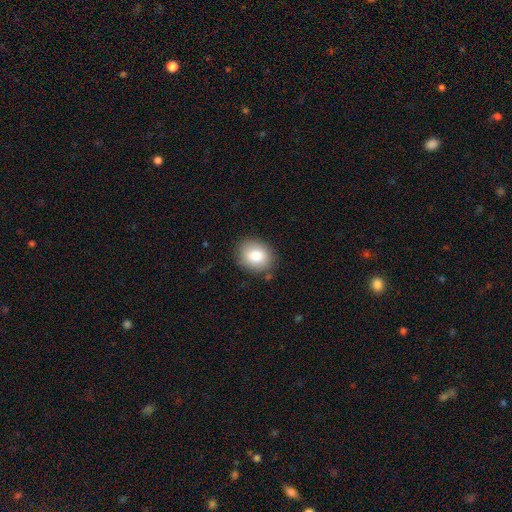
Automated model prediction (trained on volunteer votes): smooth-or-featured: smooth: 84% | featured or disk: 8% | star or artifact: 8%
  how-rounded: in between: 52% | round: 47% | cigar-shaped: 1%
  merging: none: 83% | minor disturbance: 12% | major disturbance: 3% | merger: 2%